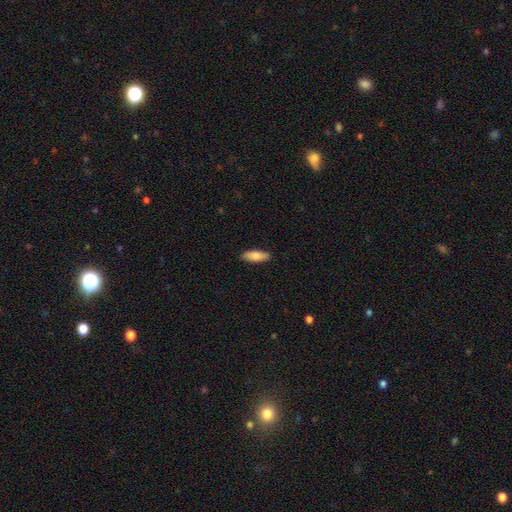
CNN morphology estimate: Overall: smooth (80%). How rounded: in between (64%; cigar-shaped 34%). Merging: none (89%).